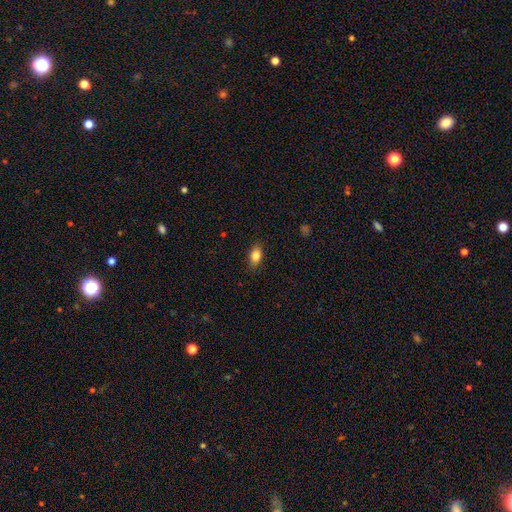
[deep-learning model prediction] This is clearly a smooth galaxy (83%). How rounded: clearly in between (84%). Merging: clearly none (85%).